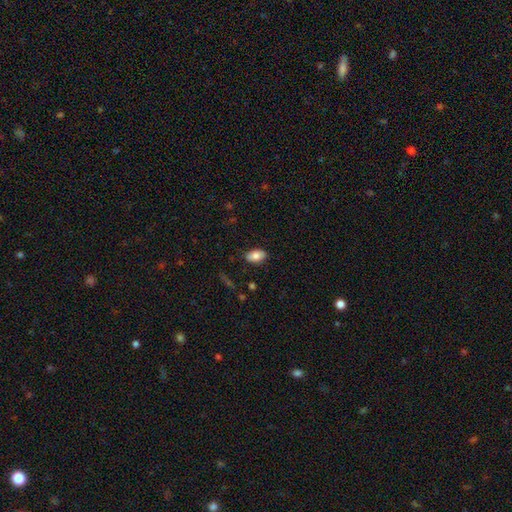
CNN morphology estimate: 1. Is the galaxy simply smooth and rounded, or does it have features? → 81% smooth, 12% featured or disk, 7% star or artifact.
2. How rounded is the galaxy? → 92% in between, 6% round, 2% cigar-shaped.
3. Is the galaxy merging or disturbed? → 85% none, 12% minor disturbance, 2% major disturbance, 1% merger.